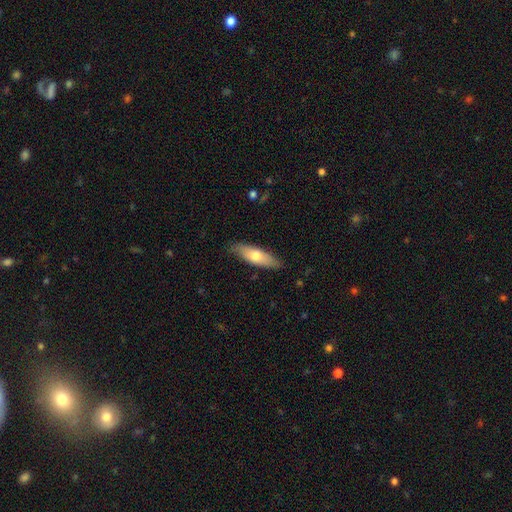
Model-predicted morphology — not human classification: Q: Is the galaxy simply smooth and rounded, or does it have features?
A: smooth — 64%.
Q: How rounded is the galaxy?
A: in between — 51%.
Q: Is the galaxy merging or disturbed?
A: none — 83%.